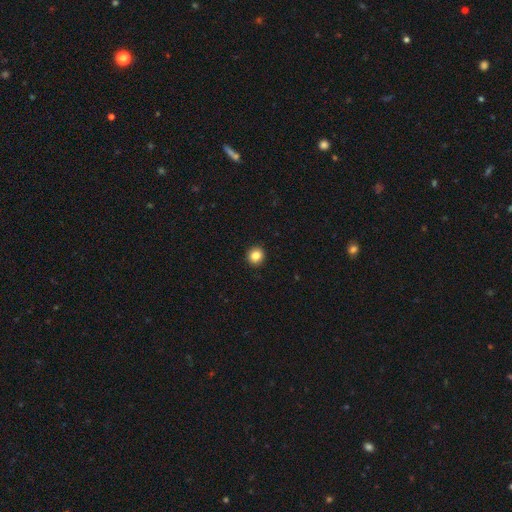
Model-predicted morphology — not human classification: This appears to be a smooth galaxy with no disk features (85%) that is round (90%). Merging: none (93%).